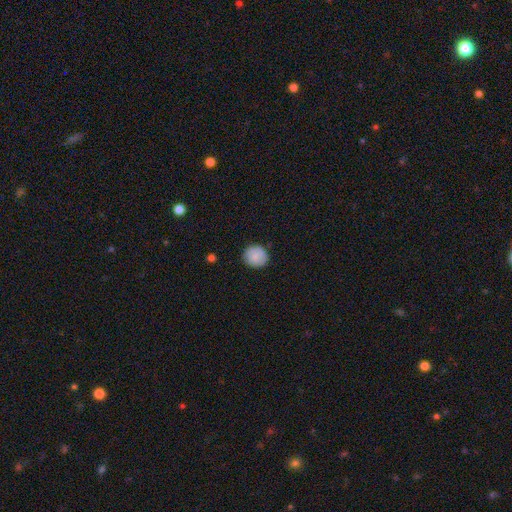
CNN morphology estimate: smooth_or_featured: smooth (p=0.87) [alt: star or artifact p=0.07]
how_rounded: round (p=0.87) [alt: in between p=0.12]
merging: none (p=0.86) [alt: minor disturbance p=0.11]